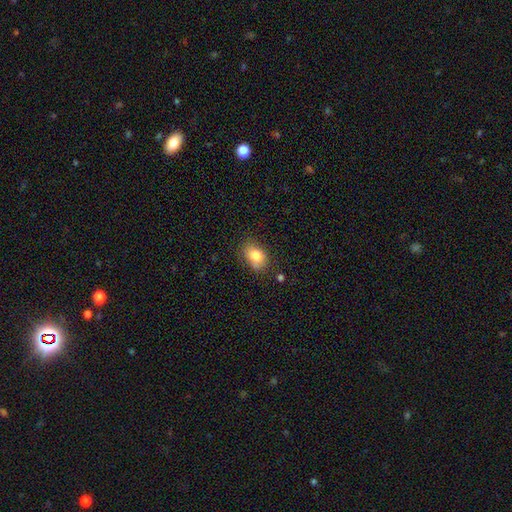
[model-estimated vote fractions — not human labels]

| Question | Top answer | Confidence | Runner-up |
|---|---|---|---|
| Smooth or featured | smooth | 81% | featured or disk (10%) |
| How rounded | in between | 76% | round (23%) |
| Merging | none | 69% | minor disturbance (21%) |